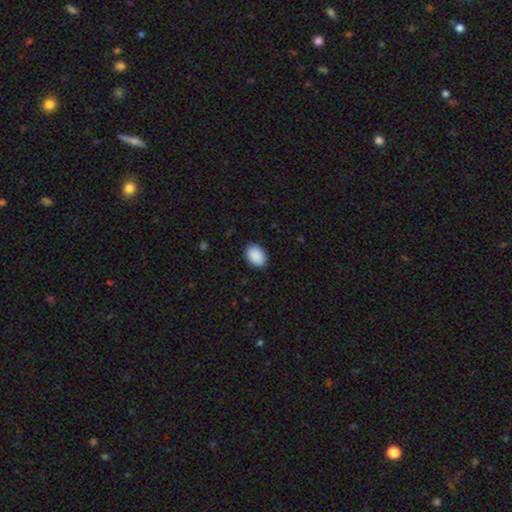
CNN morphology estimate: Smooth or featured?
  - smooth: 91% *
  - star or artifact: 6%
  - featured or disk: 2%
How rounded?
  - in between: 80% *
  - round: 19%
  - cigar-shaped: 1%
Merging?
  - none: 89% *
  - minor disturbance: 8%
  - major disturbance: 2%
  - merger: 1%